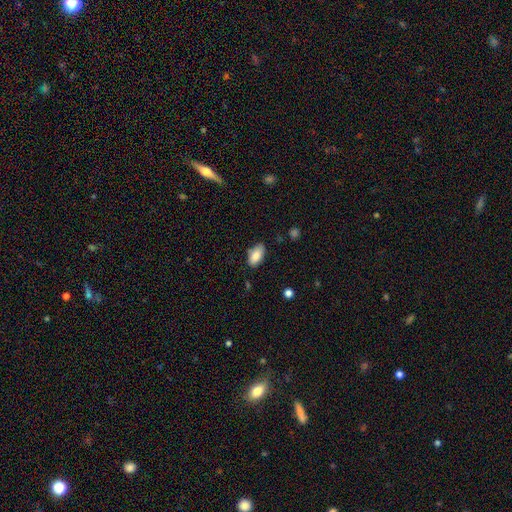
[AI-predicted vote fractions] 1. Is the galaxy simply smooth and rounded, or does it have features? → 85% smooth, 8% featured or disk, 7% star or artifact.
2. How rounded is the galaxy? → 93% in between, 4% cigar-shaped, 3% round.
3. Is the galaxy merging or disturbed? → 79% none, 17% minor disturbance, 3% major disturbance, 2% merger.